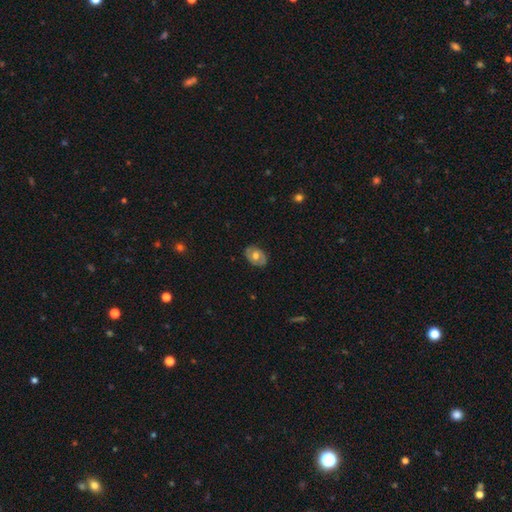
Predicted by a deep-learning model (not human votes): This is possibly a featured or disk galaxy (47%). Merging: clearly none (83%).